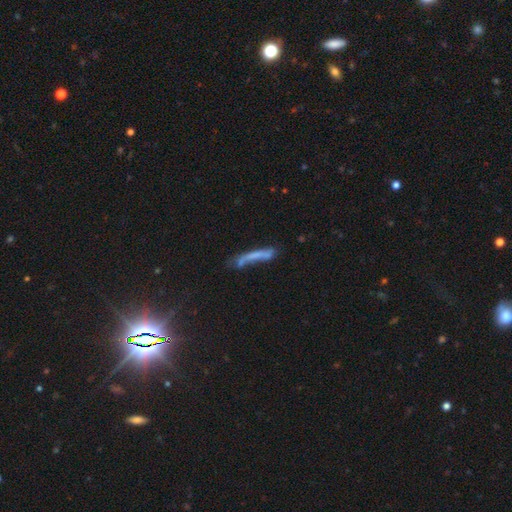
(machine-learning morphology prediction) This is possibly a smooth galaxy (54%). How rounded: clearly cigar-shaped (92%). Merging: marginally none (45%).